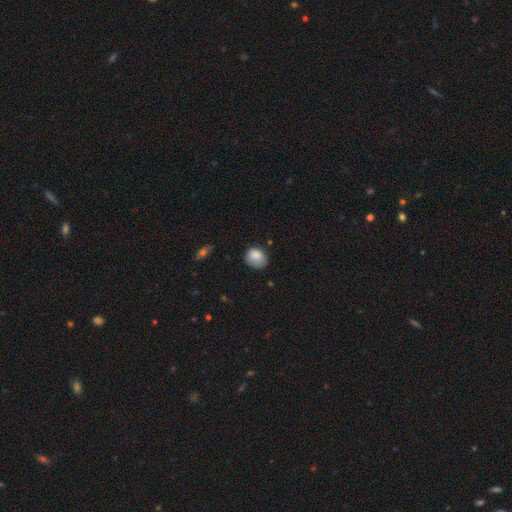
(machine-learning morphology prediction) A smooth galaxy with no disk features (82%) that is in between round and cigar-shaped (54%).

Vote fractions:
- Smooth or featured? smooth: 82% / featured or disk: 10% / star or artifact: 8%
- How rounded? in between: 54% / round: 45% / cigar-shaped: 1%
- Merging? none: 57% / minor disturbance: 32% / major disturbance: 9% / merger: 2%